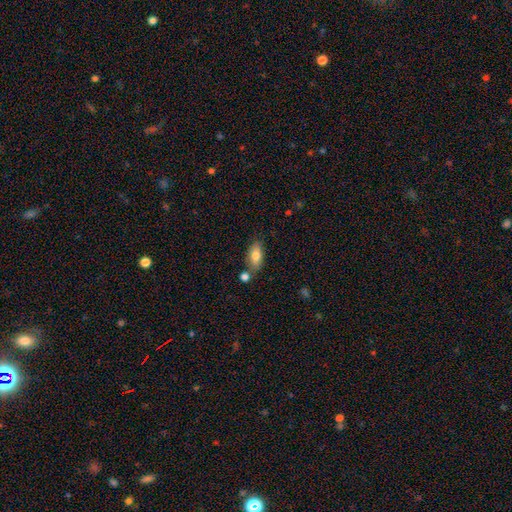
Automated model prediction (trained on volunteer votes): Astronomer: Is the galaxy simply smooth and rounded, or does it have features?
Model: smooth — 77%.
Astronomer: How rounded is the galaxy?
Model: in between — 86%.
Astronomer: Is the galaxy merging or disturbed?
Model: none — 71%.